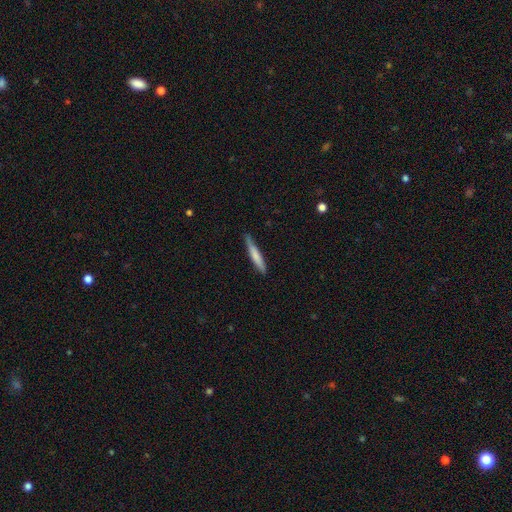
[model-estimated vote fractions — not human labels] A smooth galaxy with no disk features (71%) that is cigar-shaped (93%).

Vote fractions:
- Smooth or featured? smooth: 71% / featured or disk: 24% / star or artifact: 5%
- How rounded? cigar-shaped: 93% / in between: 6% / round: 1%
- Merging? none: 80% / minor disturbance: 16% / major disturbance: 2% / merger: 1%